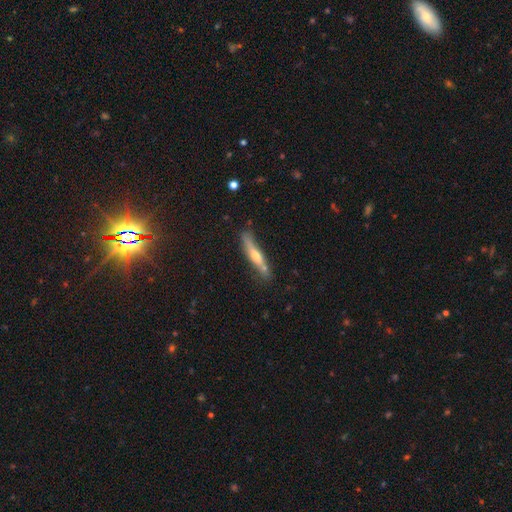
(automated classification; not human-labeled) smooth-or-featured: featured or disk: 60% | smooth: 32% | star or artifact: 8%
  disk-edge-on: yes: 90% | no: 10%
    edge-on-bulge: rounded: 84% | none: 11% | boxy: 5%
  merging: none: 76% | minor disturbance: 17% | merger: 4% | major disturbance: 3%